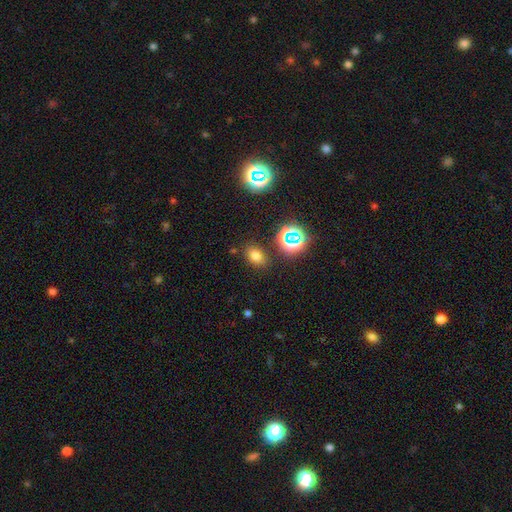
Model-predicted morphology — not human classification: A smooth galaxy with no disk features (70%) that is in between round and cigar-shaped (71%).

Vote fractions:
- Smooth or featured? smooth: 70% / star or artifact: 23% / featured or disk: 7%
- How rounded? in between: 71% / round: 28% / cigar-shaped: 1%
- Merging? none: 82% / minor disturbance: 11% / major disturbance: 3% / merger: 3%